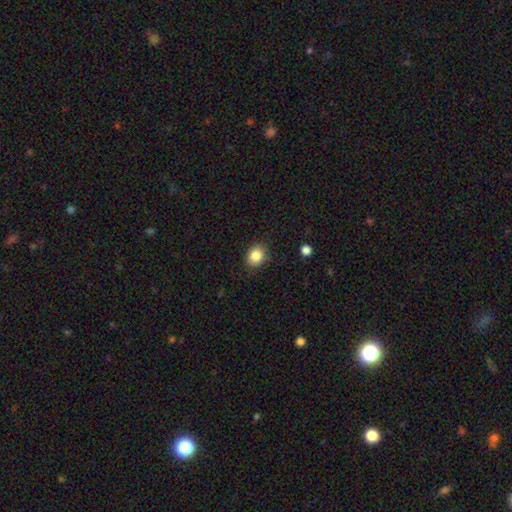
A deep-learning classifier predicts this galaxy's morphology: type=smooth (85%); roundness=round (61%); merging=none (86%).